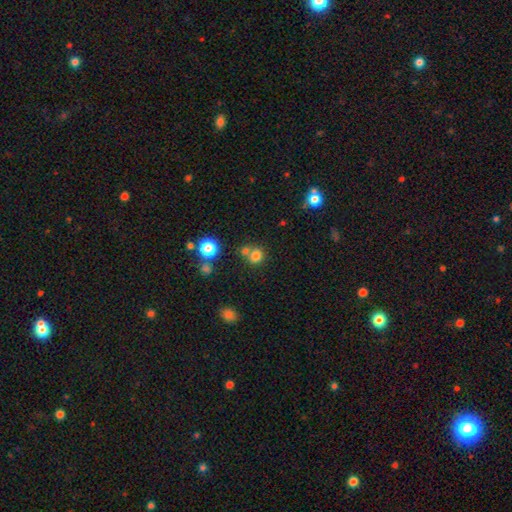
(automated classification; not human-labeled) Smooth or featured: smooth — 76% (star or artifact — 16%)
How rounded: round — 83% (in between — 16%)
Merging: none — 58% (merger — 30%)